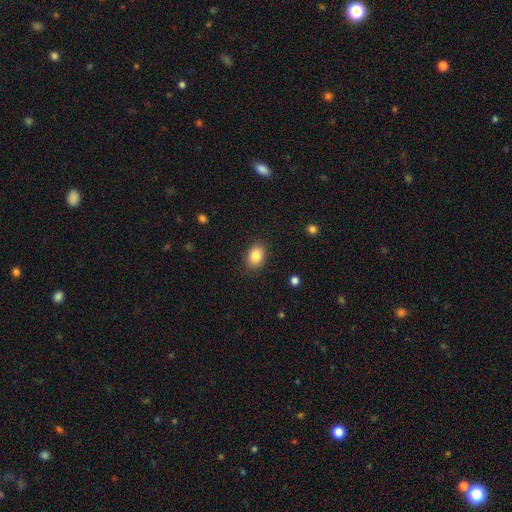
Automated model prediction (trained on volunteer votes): Q: Smooth or featured?
A: smooth (86%); runner-up: star or artifact (9%)
Q: How rounded?
A: in between (72%); runner-up: round (27%)
Q: Merging?
A: none (86%); runner-up: minor disturbance (10%)